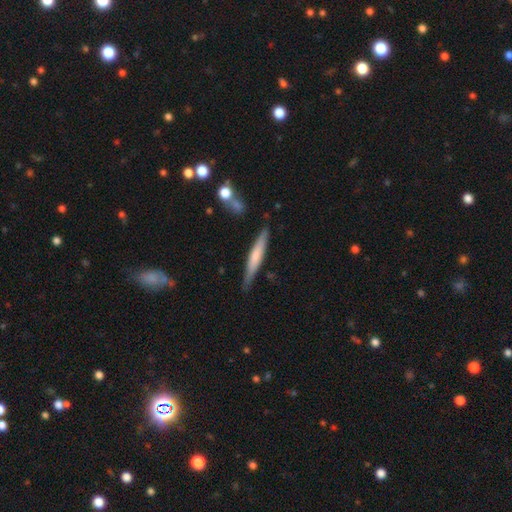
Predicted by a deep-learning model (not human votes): smooth-or-featured: smooth: 54% | featured or disk: 40% | star or artifact: 5%
  how-rounded: cigar-shaped: 93% | in between: 5% | round: 1%
  merging: none: 83% | minor disturbance: 12% | merger: 2% | major disturbance: 2%